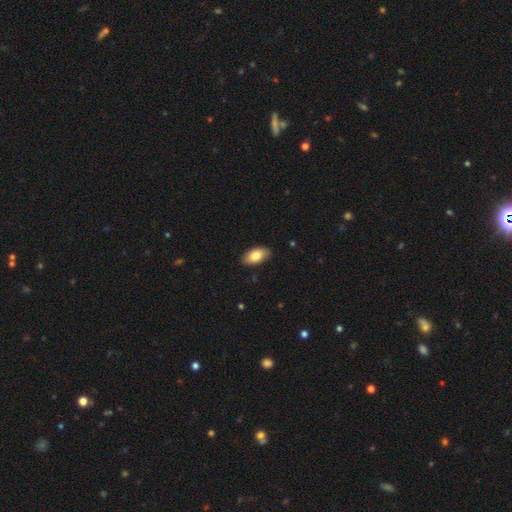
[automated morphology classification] Smooth or featured? smooth (83%)
How rounded? in between (94%)
Merging? none (89%)